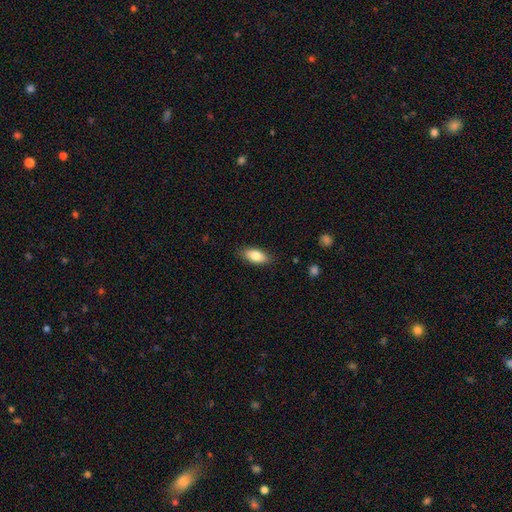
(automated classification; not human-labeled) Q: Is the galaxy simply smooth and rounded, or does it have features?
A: smooth — 80%.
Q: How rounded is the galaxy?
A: in between — 87%.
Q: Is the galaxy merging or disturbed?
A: none — 85%.